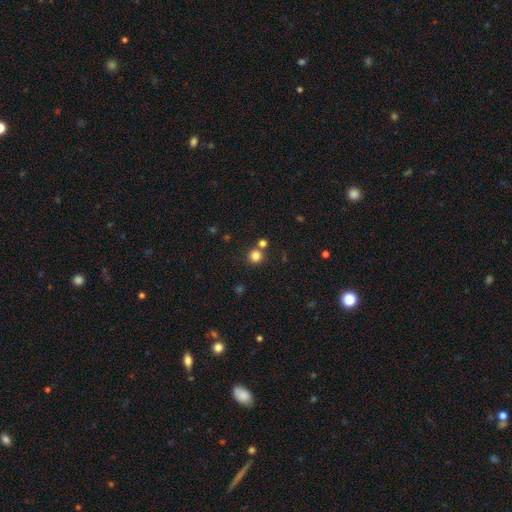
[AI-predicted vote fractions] smooth_or_featured: smooth (p=0.81) [alt: star or artifact p=0.14]
how_rounded: round (p=0.93) [alt: in between p=0.06]
merging: none (p=0.74) [alt: merger p=0.16]